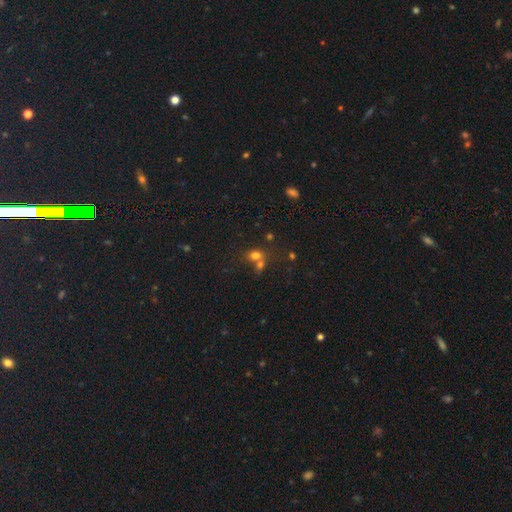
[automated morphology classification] smooth-or-featured: smooth: 71% | star or artifact: 18% | featured or disk: 11%
  how-rounded: in between: 56% | round: 42% | cigar-shaped: 2%
  merging: merger: 49% | none: 37% | minor disturbance: 9% | major disturbance: 5%